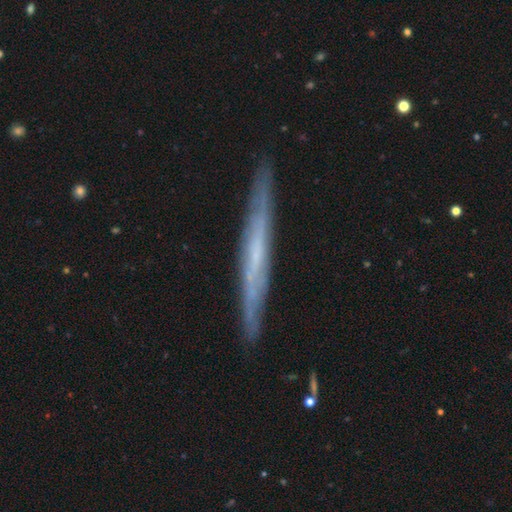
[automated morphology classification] Q: Smooth or featured?
A: featured or disk (66%); runner-up: smooth (28%)
Q: Edge-on disk?
A: yes (90%); runner-up: no (10%)
Q: Edge-on bulge?
A: none (83%); runner-up: rounded (11%)
Q: Merging?
A: none (87%); runner-up: minor disturbance (10%)